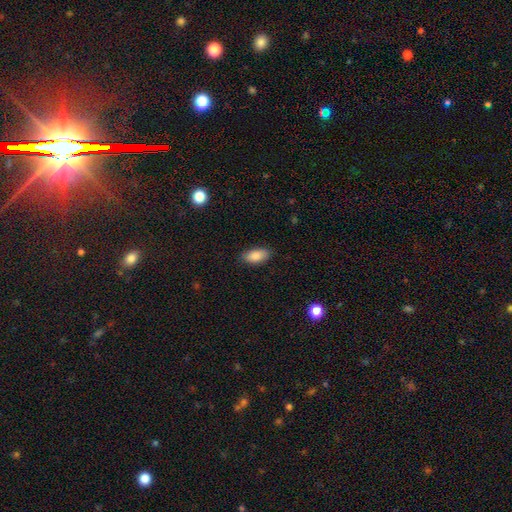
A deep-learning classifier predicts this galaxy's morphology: A smooth galaxy with no disk features (87%) that is in between round and cigar-shaped (91%).

Vote fractions:
- Smooth or featured? smooth: 87% / star or artifact: 7% / featured or disk: 6%
- How rounded? in between: 91% / cigar-shaped: 6% / round: 3%
- Merging? none: 84% / minor disturbance: 13% / major disturbance: 3% / merger: 1%